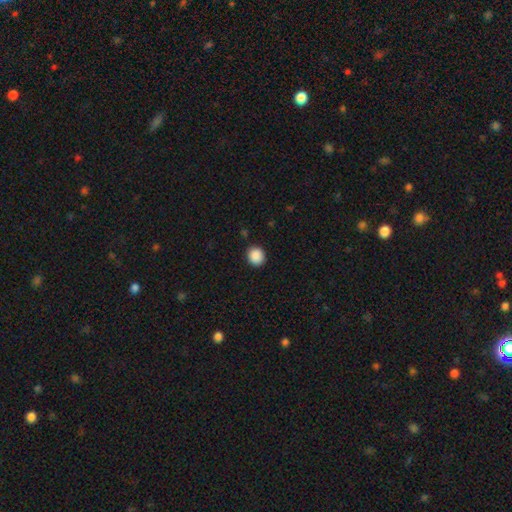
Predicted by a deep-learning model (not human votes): Overall: smooth (89%). How rounded: round (85%). Merging: none (90%).